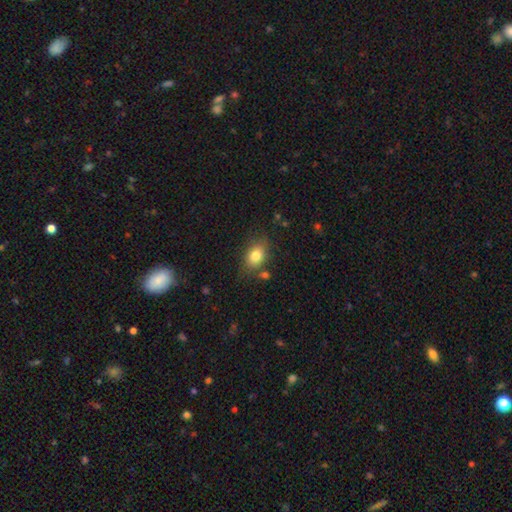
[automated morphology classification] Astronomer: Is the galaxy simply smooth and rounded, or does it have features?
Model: smooth — 81%.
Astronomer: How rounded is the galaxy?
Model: in between — 75%.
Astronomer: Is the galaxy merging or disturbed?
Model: none — 75%.